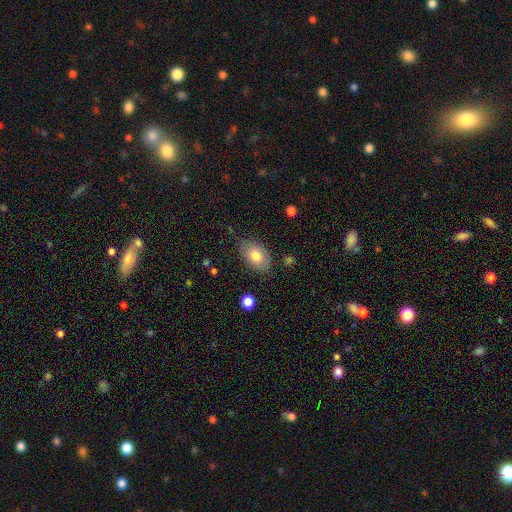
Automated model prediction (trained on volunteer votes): smooth-or-featured: smooth: 77% | featured or disk: 16% | star or artifact: 7%
  how-rounded: in between: 89% | round: 10% | cigar-shaped: 1%
  merging: none: 77% | minor disturbance: 17% | major disturbance: 4% | merger: 2%